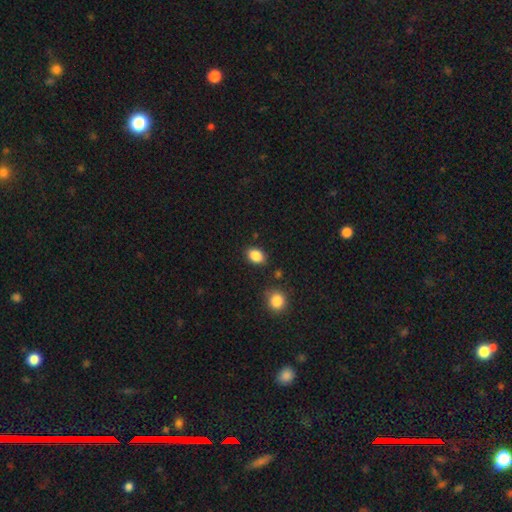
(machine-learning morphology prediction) Q: Smooth or featured?
A: smooth (87%); runner-up: star or artifact (9%)
Q: How rounded?
A: in between (74%); runner-up: round (24%)
Q: Merging?
A: none (83%); runner-up: minor disturbance (11%)